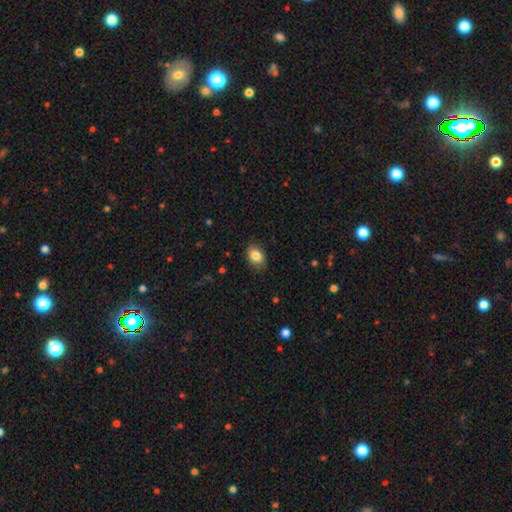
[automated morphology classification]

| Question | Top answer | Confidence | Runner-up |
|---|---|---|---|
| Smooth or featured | smooth | 85% | star or artifact (8%) |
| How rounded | in between | 73% | round (26%) |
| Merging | none | 85% | minor disturbance (11%) |